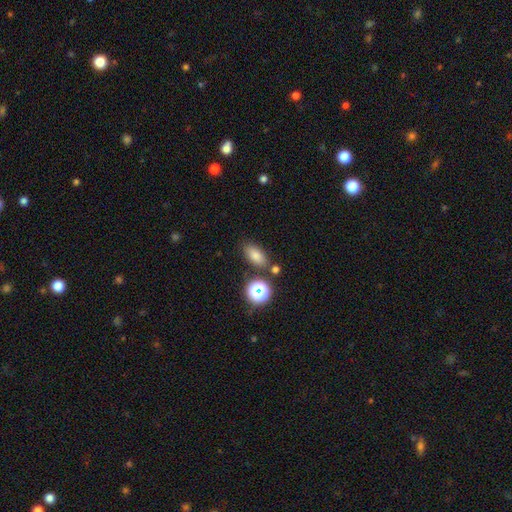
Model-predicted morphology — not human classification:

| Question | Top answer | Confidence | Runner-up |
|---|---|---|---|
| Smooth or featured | smooth | 77% | star or artifact (15%) |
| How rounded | in between | 82% | round (13%) |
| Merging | none | 76% | minor disturbance (12%) |